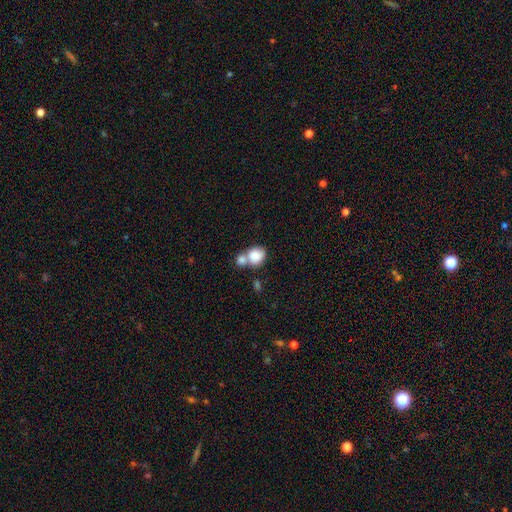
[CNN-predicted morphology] Smooth or featured? smooth (83%)
How rounded? round (63%)
Merging? merger (54%)